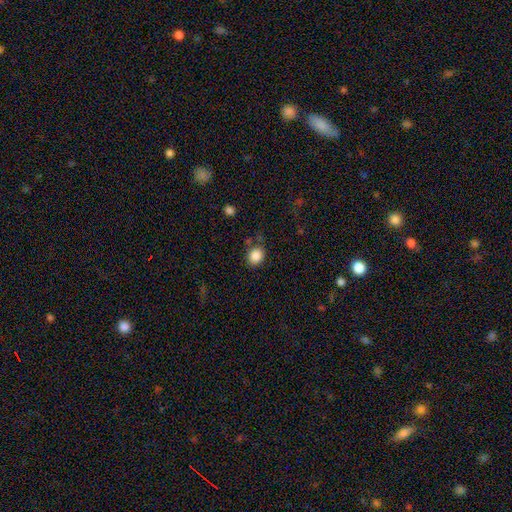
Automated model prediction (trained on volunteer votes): This is clearly a smooth galaxy (86%). How rounded: likely round (67%). Merging: likely none (77%).